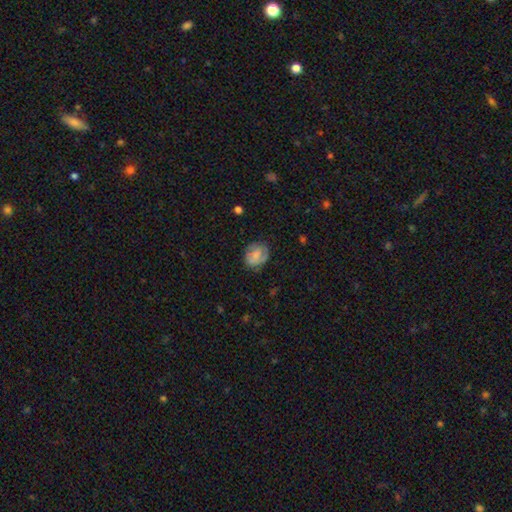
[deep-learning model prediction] Smooth or featured? Predicted: smooth (p=0.61). How rounded? Predicted: round (p=0.55). Merging? Predicted: none (p=0.68).